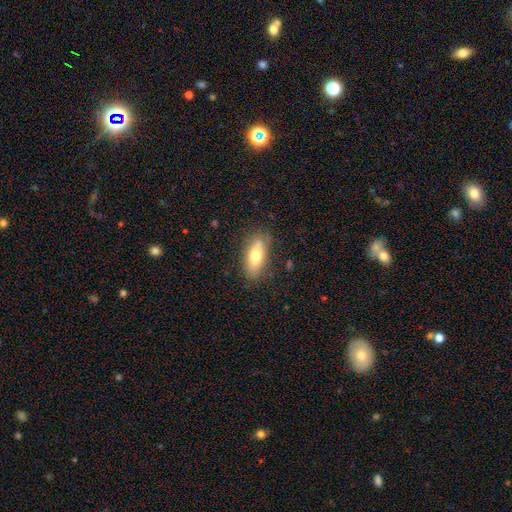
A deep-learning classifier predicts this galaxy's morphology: A smooth galaxy with no disk features (71%) that is in between round and cigar-shaped (79%).

Vote fractions:
- Smooth or featured? smooth: 71% / featured or disk: 22% / star or artifact: 8%
- How rounded? in between: 79% / cigar-shaped: 17% / round: 4%
- Merging? none: 75% / minor disturbance: 17% / merger: 4% / major disturbance: 4%